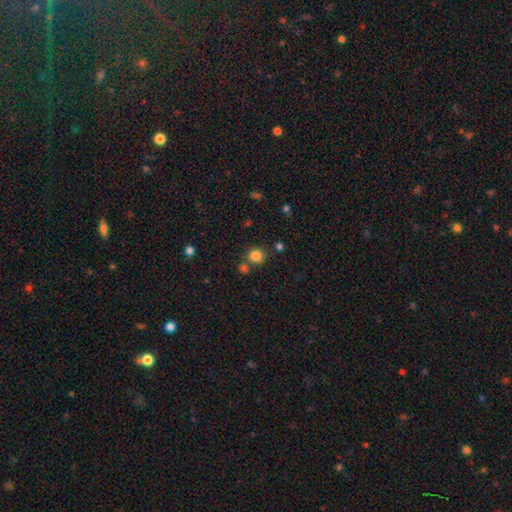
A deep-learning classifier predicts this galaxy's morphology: This is clearly a smooth galaxy (82%). How rounded: clearly round (84%). Merging: likely none (70%).